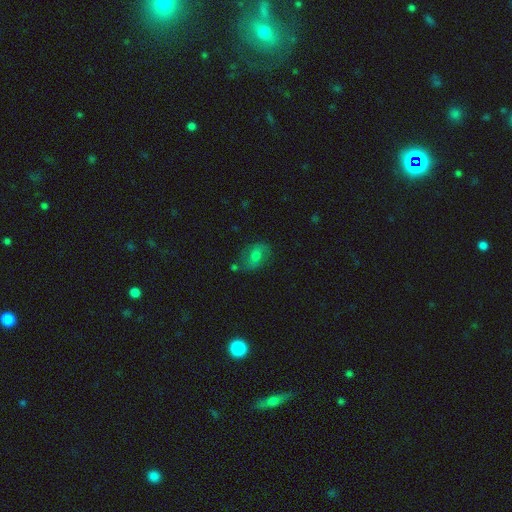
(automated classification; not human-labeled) A smooth galaxy with no disk features (51%) that is in between round and cigar-shaped (74%).

Vote fractions:
- Smooth or featured? smooth: 51% / featured or disk: 36% / star or artifact: 13%
- How rounded? in between: 74% / round: 24% / cigar-shaped: 2%
- Merging? none: 66% / minor disturbance: 21% / major disturbance: 8% / merger: 5%